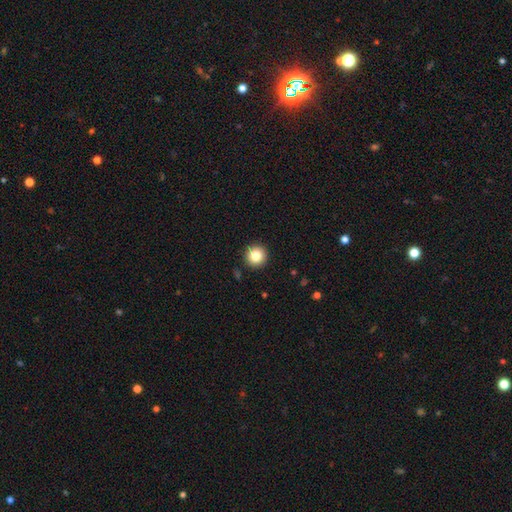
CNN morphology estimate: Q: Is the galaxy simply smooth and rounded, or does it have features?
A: smooth — 83%.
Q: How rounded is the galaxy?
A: round — 96%.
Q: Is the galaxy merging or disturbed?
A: none — 92%.